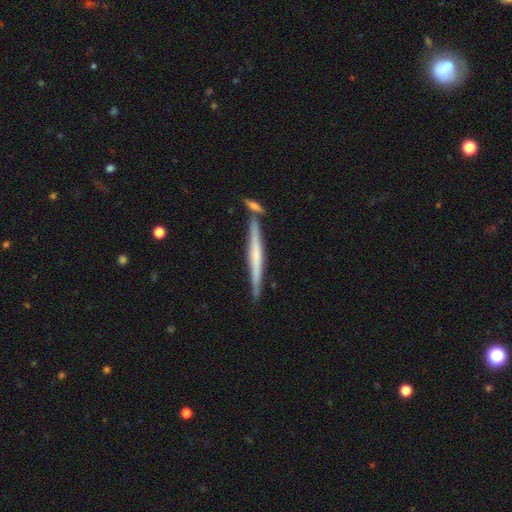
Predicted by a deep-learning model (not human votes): This is possibly a featured or disk galaxy (58%). It is clearly viewed edge-on (97%). Edge-on bulge: possibly none (60%). Merging: likely none (75%).